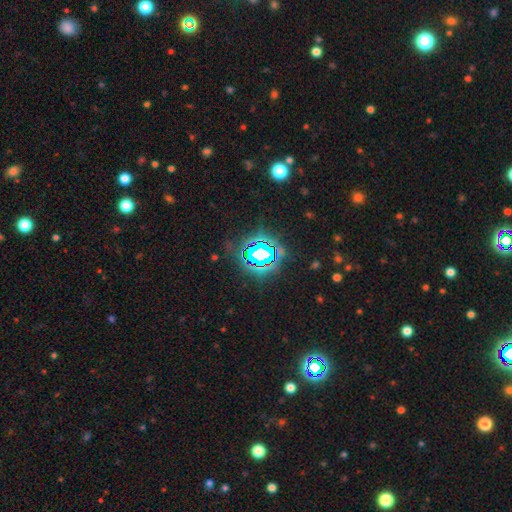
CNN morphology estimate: smooth-or-featured: star or artifact: 74% | smooth: 15% | featured or disk: 11%